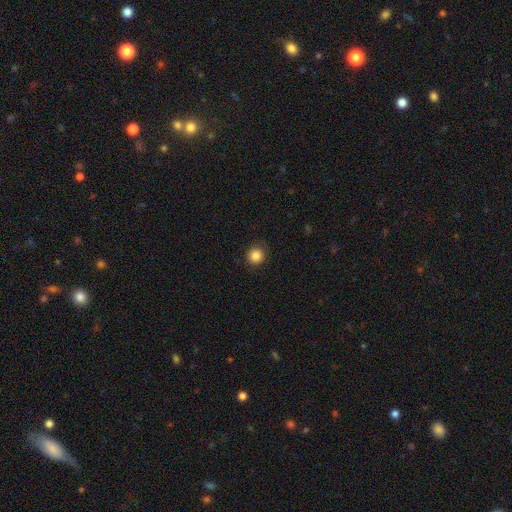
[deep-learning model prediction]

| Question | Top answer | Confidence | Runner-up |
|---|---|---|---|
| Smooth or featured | smooth | 85% | star or artifact (11%) |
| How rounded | round | 93% | in between (6%) |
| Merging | none | 90% | minor disturbance (7%) |